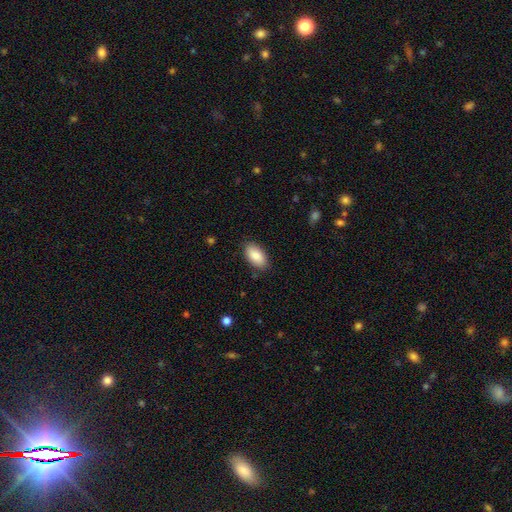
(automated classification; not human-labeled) Smooth or featured?
  - smooth: 86% *
  - featured or disk: 8%
  - star or artifact: 6%
How rounded?
  - in between: 94% *
  - round: 4%
  - cigar-shaped: 2%
Merging?
  - none: 86% *
  - minor disturbance: 11%
  - major disturbance: 2%
  - merger: 1%